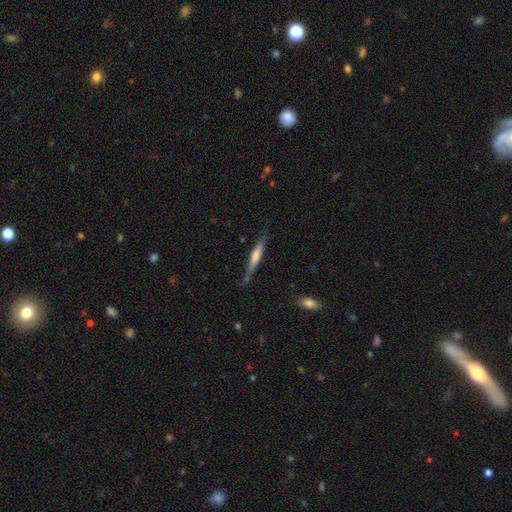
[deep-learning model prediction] This appears to be a smooth galaxy with no disk features (52%) that is cigar-shaped (92%). Merging: none (72%).